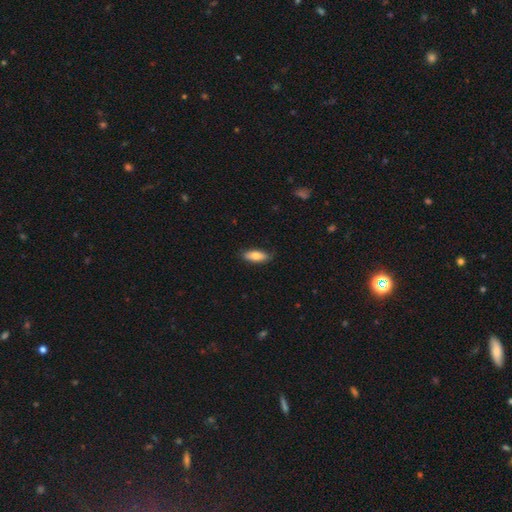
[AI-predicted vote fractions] smooth_or_featured: smooth (p=0.76) [alt: featured or disk p=0.18]
how_rounded: in between (p=0.71) [alt: cigar-shaped p=0.27]
merging: none (p=0.80) [alt: minor disturbance p=0.16]